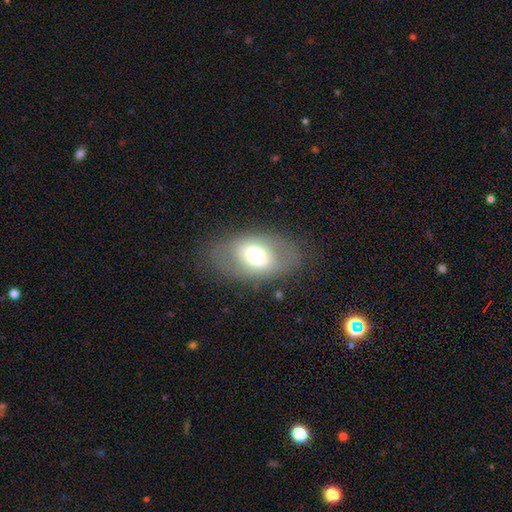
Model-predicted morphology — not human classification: Overall: smooth (56%; featured or disk 35%). How rounded: in between (84%). Merging: none (77%).